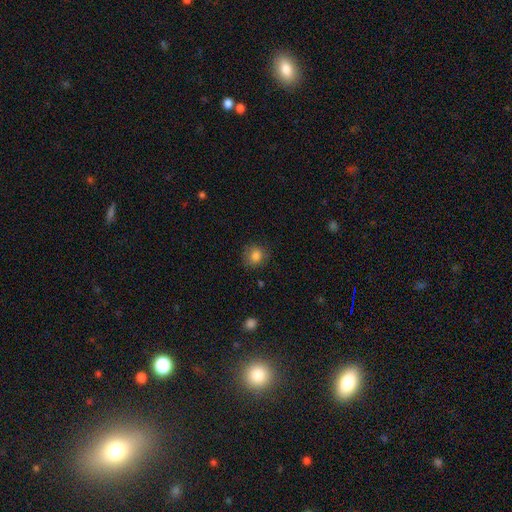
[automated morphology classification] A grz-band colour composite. It shows a smooth galaxy with no disk features (82%) that is round (79%). Merging: none (78%).